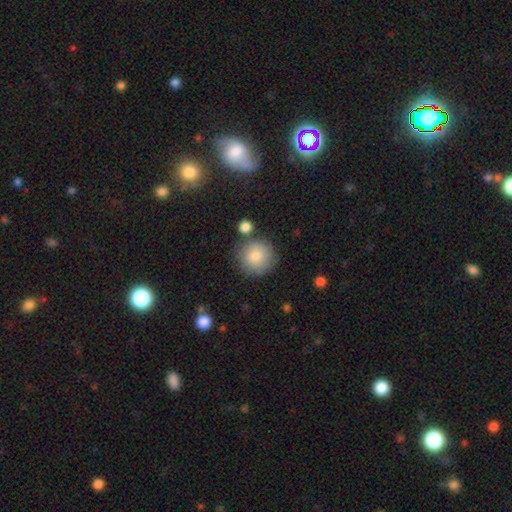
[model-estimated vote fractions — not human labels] smooth 85%, featured or disk 8%, star or artifact 7%. Down the decision tree: how rounded — round (94%); merging — none (75%).